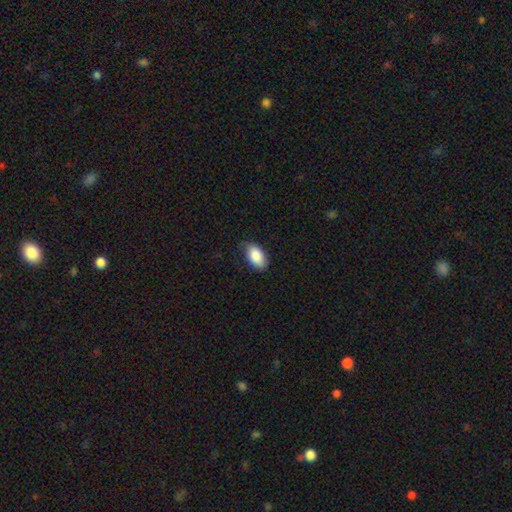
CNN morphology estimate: smooth-or-featured: smooth: 87% | star or artifact: 6% | featured or disk: 6%
  how-rounded: in between: 93% | round: 5% | cigar-shaped: 2%
  merging: none: 76% | minor disturbance: 20% | major disturbance: 3% | merger: 1%